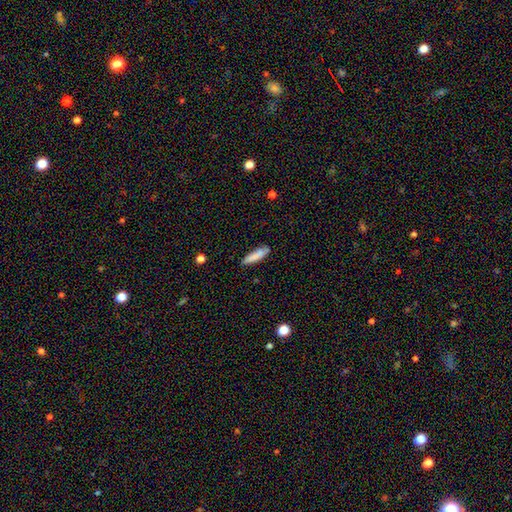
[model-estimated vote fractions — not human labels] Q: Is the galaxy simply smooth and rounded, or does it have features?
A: smooth — 84%.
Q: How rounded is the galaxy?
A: cigar-shaped — 78%.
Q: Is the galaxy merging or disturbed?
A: none — 81%.